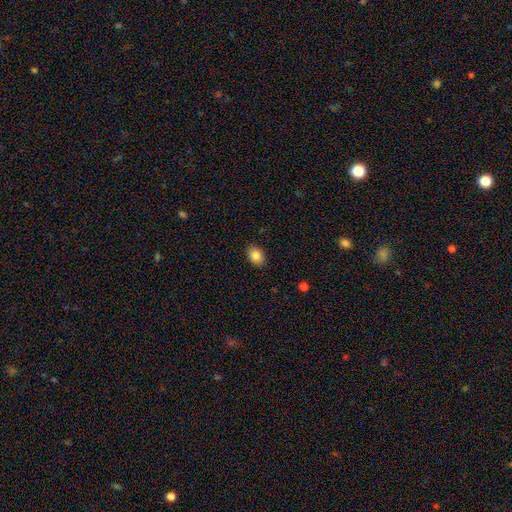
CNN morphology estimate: This appears to be a smooth galaxy with no disk features (85%) that is in between round and cigar-shaped (65%). Merging: none (89%).